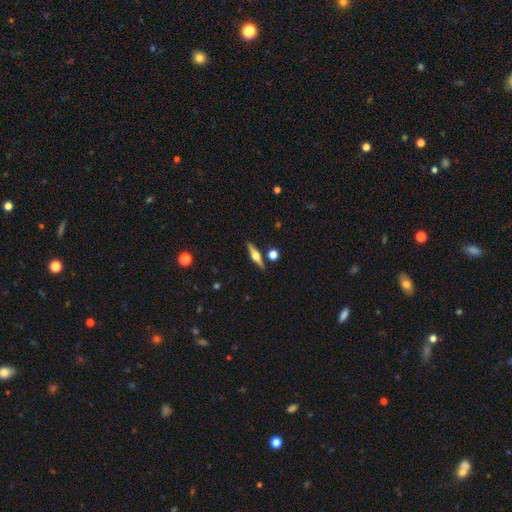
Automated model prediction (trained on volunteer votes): Smooth or featured?
  - featured or disk: 68% *
  - smooth: 26%
  - star or artifact: 7%
Edge-on disk?
  - yes: 97% *
  - no: 3%
Edge-on bulge?
  - rounded: 93% *
  - boxy: 5%
  - none: 2%
Merging?
  - none: 86% *
  - minor disturbance: 7%
  - merger: 4%
  - major disturbance: 2%